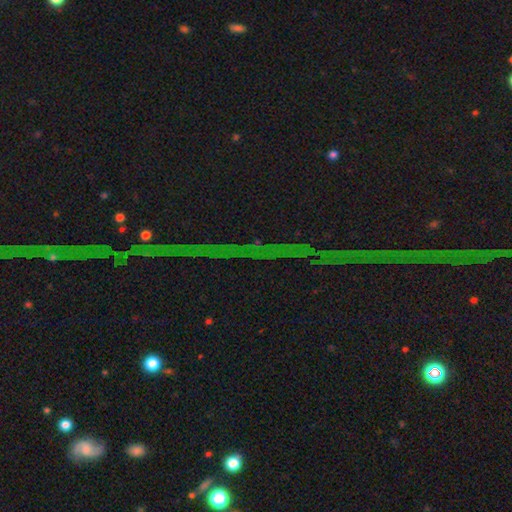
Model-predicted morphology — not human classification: smooth-or-featured: star or artifact: 82% | featured or disk: 11% | smooth: 7%